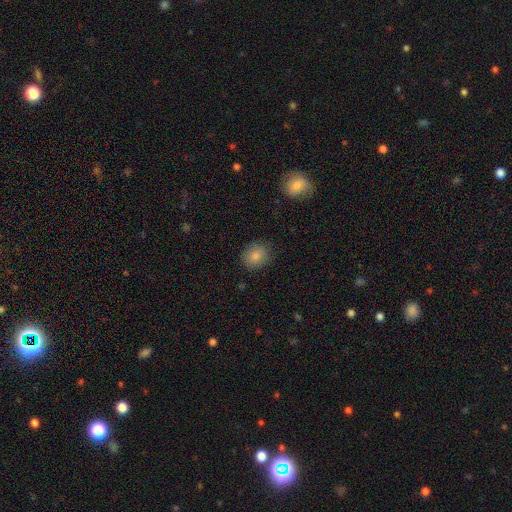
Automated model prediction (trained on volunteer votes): smooth-or-featured: smooth: 84% | star or artifact: 9% | featured or disk: 7%
  how-rounded: round: 68% | in between: 31% | cigar-shaped: 1%
  merging: none: 85% | minor disturbance: 11% | major disturbance: 3% | merger: 1%